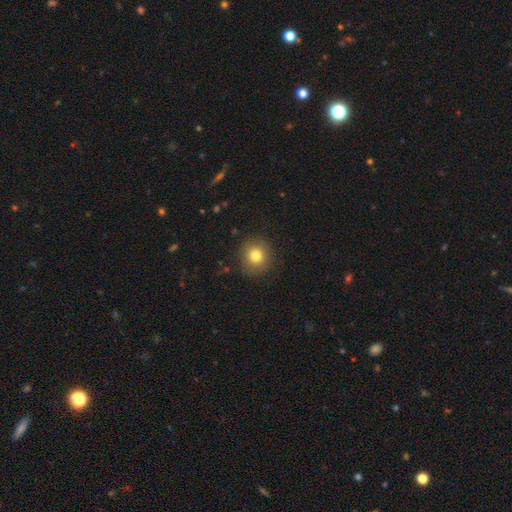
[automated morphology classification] smooth_or_featured: smooth (p=0.79) [alt: star or artifact p=0.11]
how_rounded: round (p=0.89) [alt: in between p=0.10]
merging: none (p=0.87) [alt: minor disturbance p=0.09]